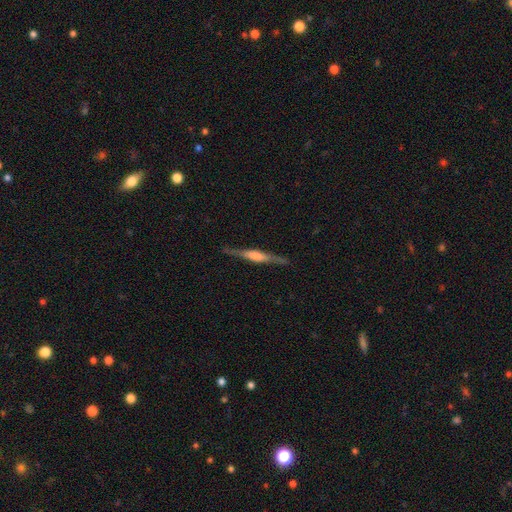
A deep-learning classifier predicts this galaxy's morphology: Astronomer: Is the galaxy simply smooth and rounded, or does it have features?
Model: featured or disk — 75%.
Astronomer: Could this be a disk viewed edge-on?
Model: yes — 97%.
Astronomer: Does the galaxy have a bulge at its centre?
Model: rounded — 46% (runner-up: boxy, 44%).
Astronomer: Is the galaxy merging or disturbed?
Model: none — 85%.